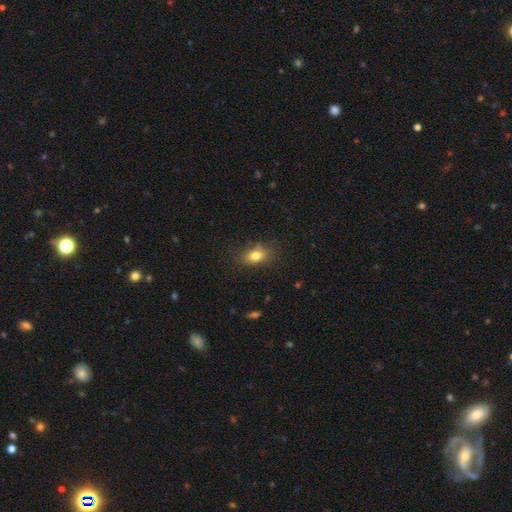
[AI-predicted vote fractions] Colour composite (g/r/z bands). It shows a smooth galaxy with no disk features (79%) that is in between round and cigar-shaped (74%). Merging: none (72%).